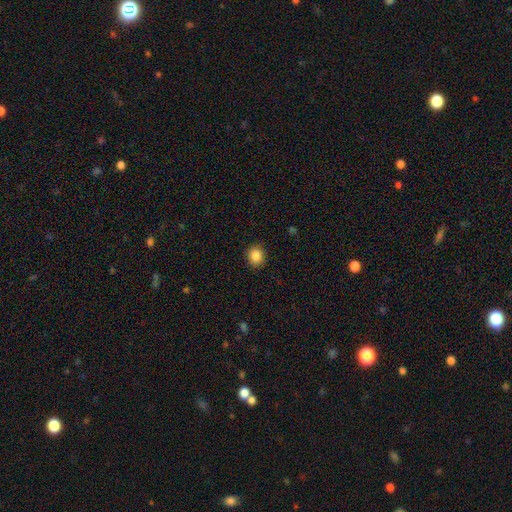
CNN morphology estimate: Q: Smooth or featured?
A: smooth (86%); runner-up: star or artifact (10%)
Q: How rounded?
A: round (78%); runner-up: in between (21%)
Q: Merging?
A: none (89%); runner-up: minor disturbance (8%)